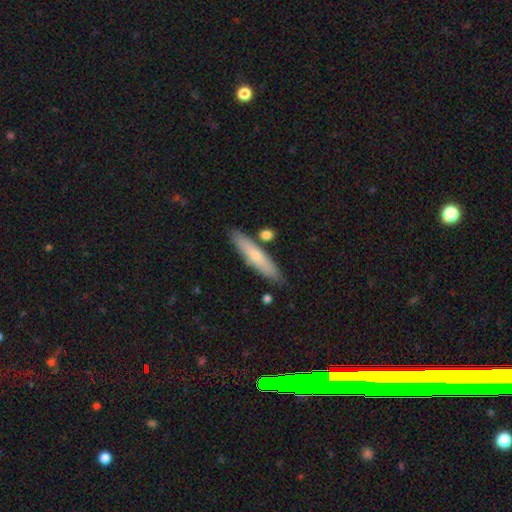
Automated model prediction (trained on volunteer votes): smooth_or_featured: smooth (p=0.63) [alt: featured or disk p=0.32]
how_rounded: cigar-shaped (p=0.87) [alt: in between p=0.12]
merging: none (p=0.82) [alt: minor disturbance p=0.10]